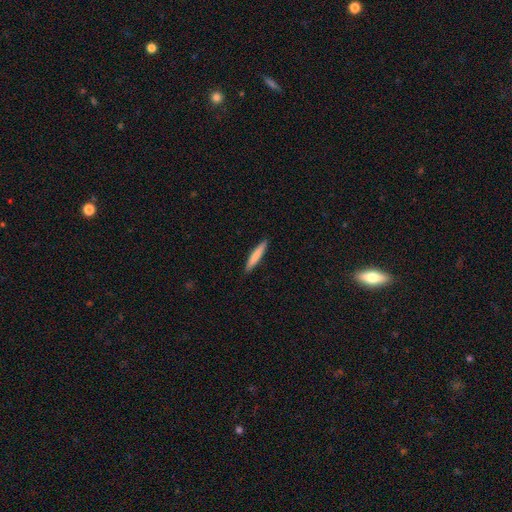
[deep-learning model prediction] A smooth galaxy with no disk features (78%) that is cigar-shaped (94%).

Vote fractions:
- Smooth or featured? smooth: 78% / featured or disk: 17% / star or artifact: 5%
- How rounded? cigar-shaped: 94% / in between: 5% / round: 1%
- Merging? none: 91% / minor disturbance: 6% / major disturbance: 1% / merger: 1%